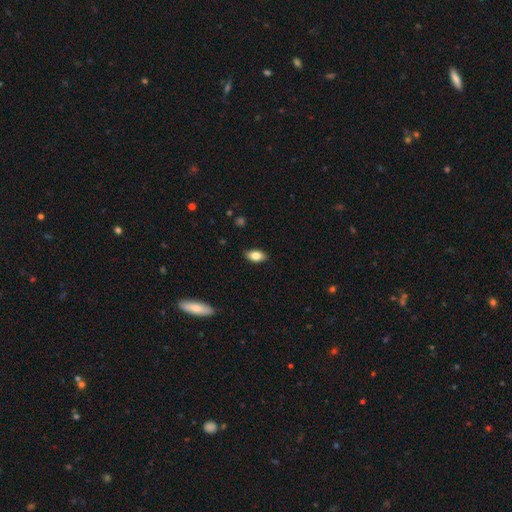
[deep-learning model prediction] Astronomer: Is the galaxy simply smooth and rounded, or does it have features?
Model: smooth — 82%.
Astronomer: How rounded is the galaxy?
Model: in between — 90%.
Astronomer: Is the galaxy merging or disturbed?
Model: none — 87%.